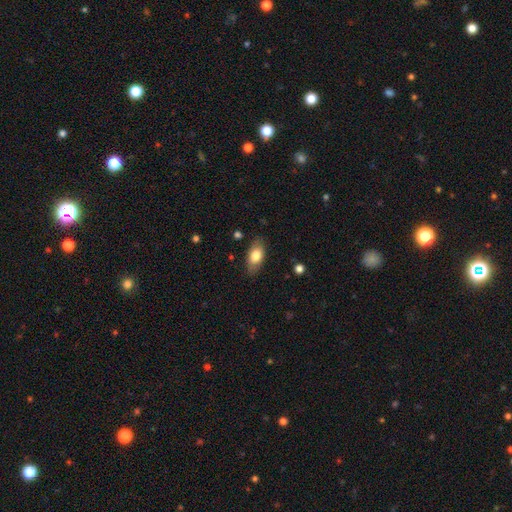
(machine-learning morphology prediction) type=smooth (78%); roundness=in between (89%); merging=none (84%).